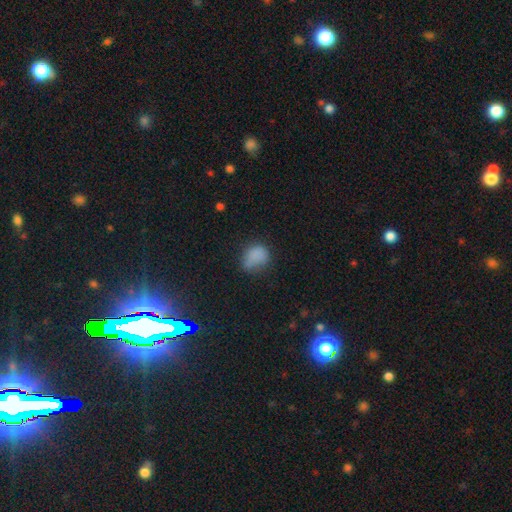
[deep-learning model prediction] This appears to be a smooth galaxy with no disk features (78%) that is in between round and cigar-shaped (54%). Merging: none (47%).